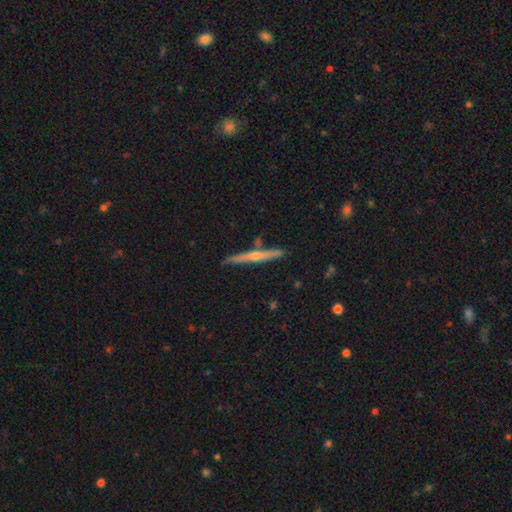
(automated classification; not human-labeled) The model was most divided on "smooth or featured": featured or disk: 64%, smooth: 30%, star or artifact: 6%. More confident: edge-on disk — yes (97%); merging — none (85%); edge-on bulge — rounded (75%).